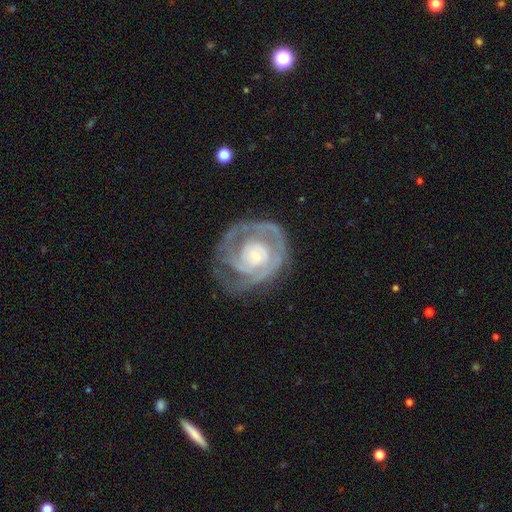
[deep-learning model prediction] smooth-or-featured: featured or disk: 82% | smooth: 13% | star or artifact: 5%
  disk-edge-on: no: 97% | yes: 3%
    bar: no: 80% | weak: 15% | strong: 5%
    has-spiral-arms: yes: 82% | no: 18%
      spiral-winding: tight: 68% | medium: 24% | loose: 8%
      spiral-arm-count: can't tell: 38% | 2: 27% | 3: 15% | 1: 10% | 4: 6% | more than 4: 4%
    bulge-size: small: 70% | moderate: 24% | large: 3% | none: 2% | dominant: 1%
  merging: none: 62% | minor disturbance: 20% | major disturbance: 16% | merger: 2%